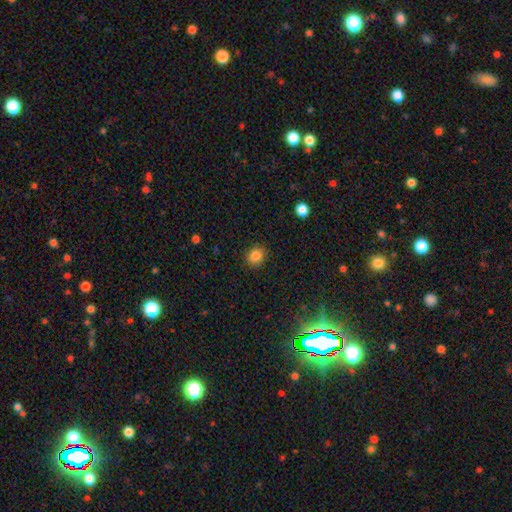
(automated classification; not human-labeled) Smooth or featured? Predicted: smooth (p=0.84). How rounded? Predicted: round (p=0.80). Merging? Predicted: none (p=0.89).